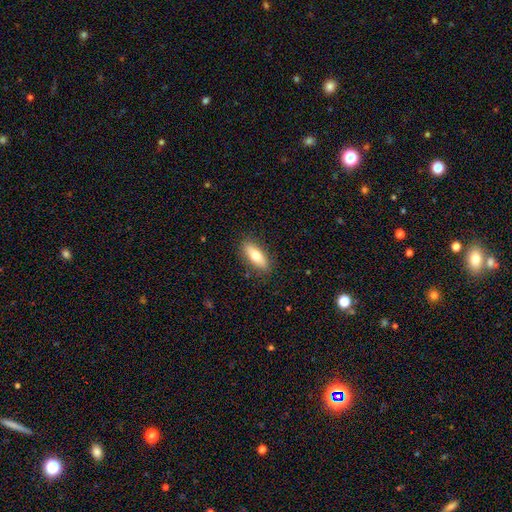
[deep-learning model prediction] The model was most divided on "how rounded": in between: 72%, cigar-shaped: 26%, round: 3%. More confident: merging — none (87%); smooth or featured — smooth (73%).